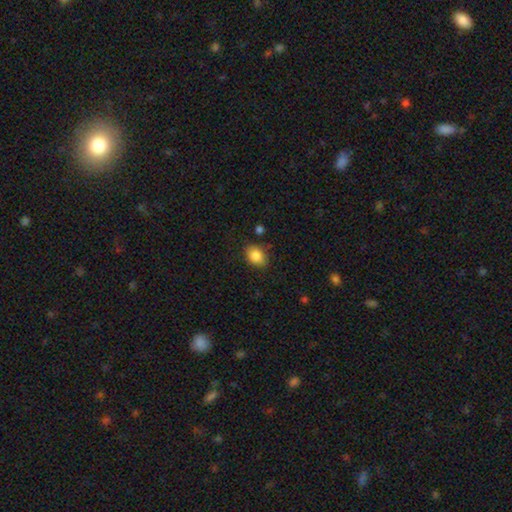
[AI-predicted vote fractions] Overall: smooth (86%). How rounded: in between (64%; round 35%). Merging: none (78%).